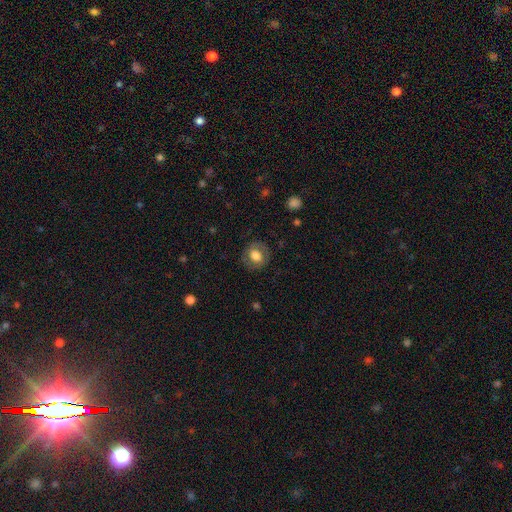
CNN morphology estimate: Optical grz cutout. It shows a smooth galaxy with no disk features (70%) that is round (76%). Merging: none (82%).